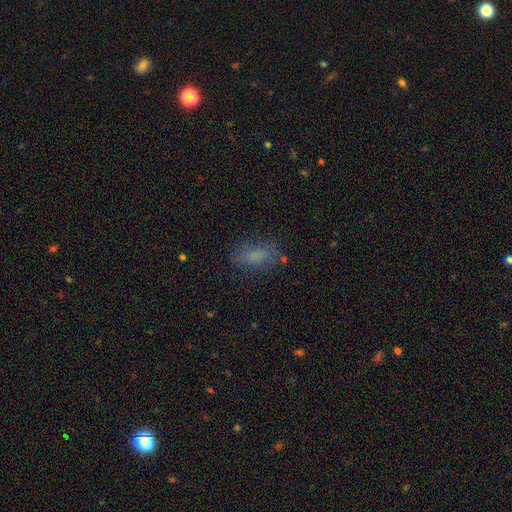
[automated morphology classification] The model was most divided on "merging": none: 74%, minor disturbance: 17%, major disturbance: 8%, merger: 2%. More confident: how rounded — in between (77%); smooth or featured — smooth (76%).